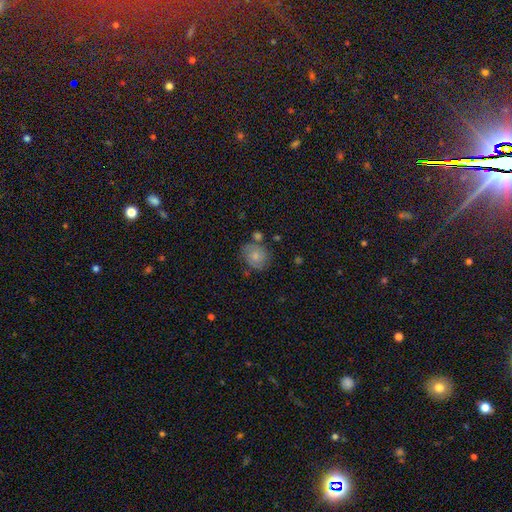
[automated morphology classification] This is likely a smooth galaxy (61%). How rounded: likely round (71%). Merging: likely none (63%).